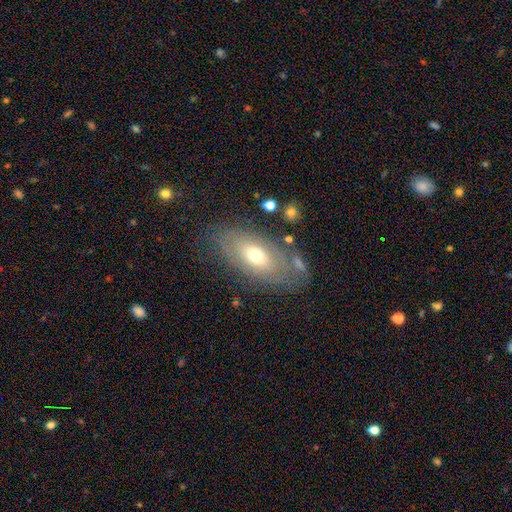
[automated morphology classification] Overall: smooth (48%; featured or disk 44%). Merging: none (69%).